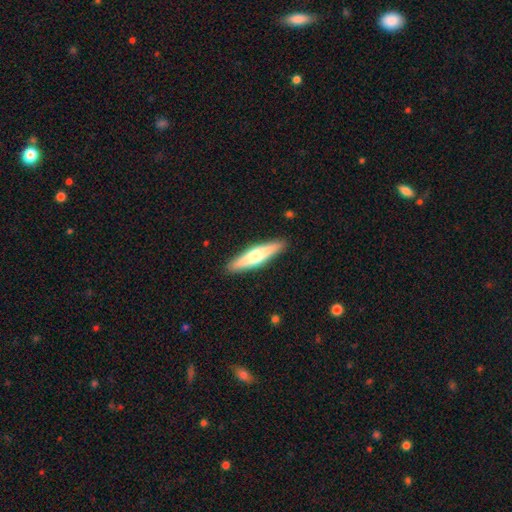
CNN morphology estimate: Smooth or featured? featured or disk (48%)
Merging? none (91%)